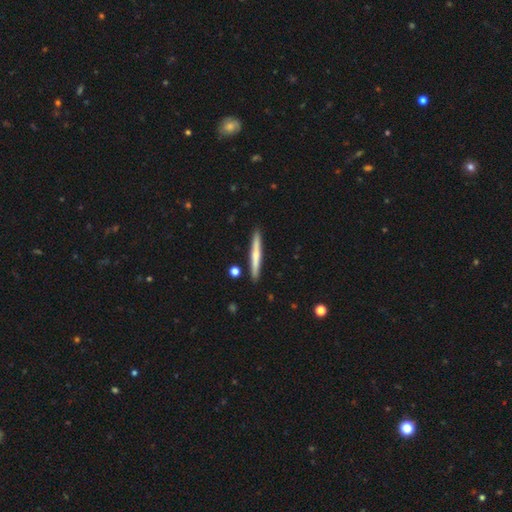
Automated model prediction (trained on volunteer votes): smooth-or-featured: smooth: 52% | featured or disk: 42% | star or artifact: 6%
  how-rounded: cigar-shaped: 96% | in between: 3% | round: 1%
  merging: none: 90% | minor disturbance: 7% | merger: 2% | major disturbance: 1%